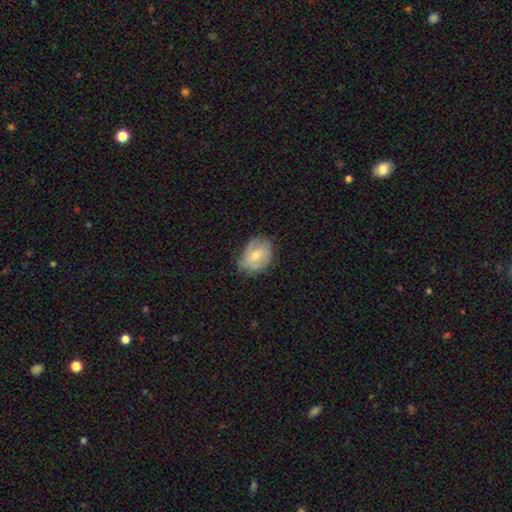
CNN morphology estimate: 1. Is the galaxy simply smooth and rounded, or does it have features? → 48% featured or disk, 46% smooth, 7% star or artifact.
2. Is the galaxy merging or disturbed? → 65% none, 27% minor disturbance, 7% major disturbance, 1% merger.